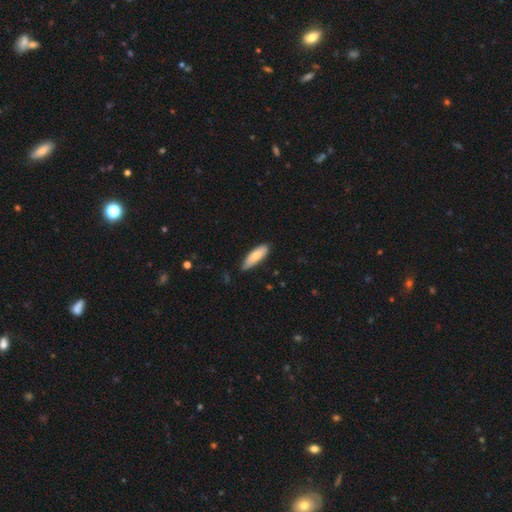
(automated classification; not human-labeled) Smooth or featured: smooth — 80% (featured or disk — 15%)
How rounded: in between — 52% (cigar-shaped — 46%)
Merging: none — 76% (minor disturbance — 20%)